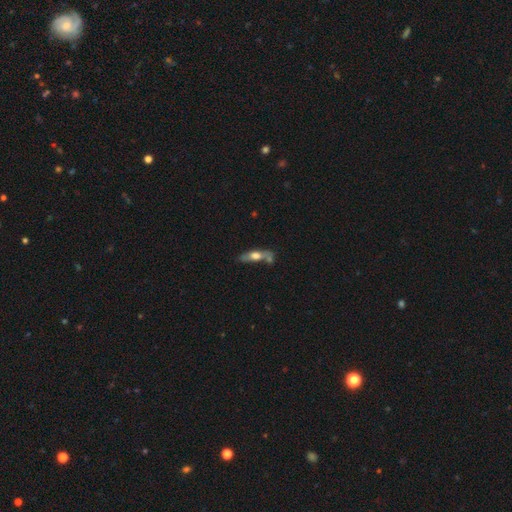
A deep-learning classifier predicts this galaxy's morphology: Q: Smooth or featured?
A: smooth (50%); runner-up: featured or disk (43%)
Q: Merging?
A: none (47%); runner-up: merger (25%)